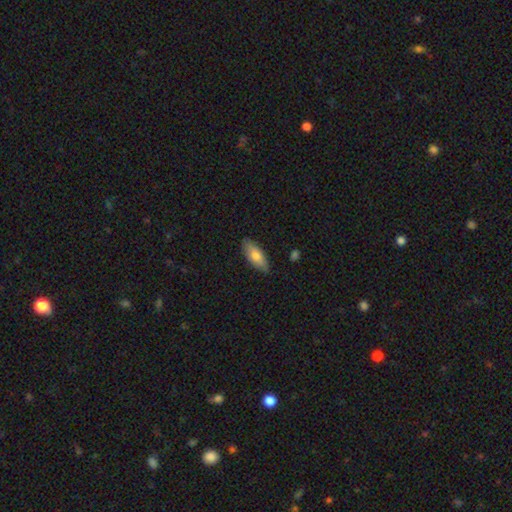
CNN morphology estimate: A smooth galaxy with no disk features (76%) that is in between round and cigar-shaped (78%). Merging: none (84%).